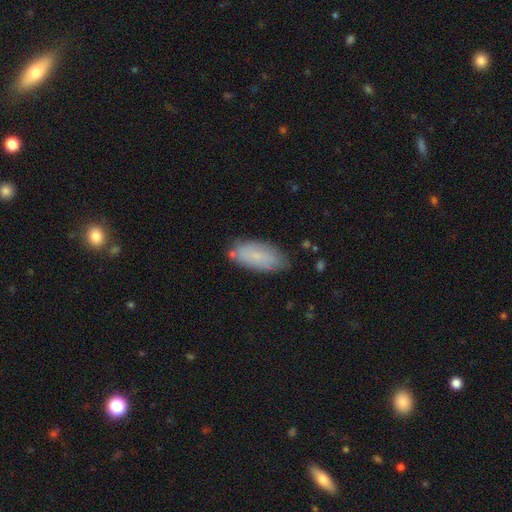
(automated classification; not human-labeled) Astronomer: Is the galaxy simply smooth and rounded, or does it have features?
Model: smooth — 69%.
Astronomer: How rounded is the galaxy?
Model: in between — 85%.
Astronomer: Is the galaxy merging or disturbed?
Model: none — 76%.